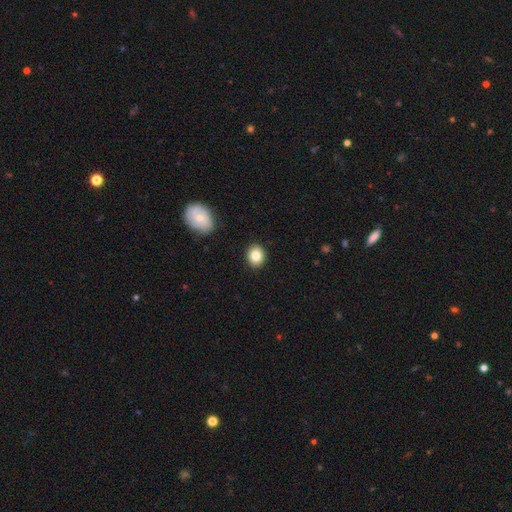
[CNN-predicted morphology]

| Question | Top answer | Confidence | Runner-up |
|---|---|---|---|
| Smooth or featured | smooth | 85% | star or artifact (9%) |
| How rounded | round | 58% | in between (41%) |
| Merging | none | 90% | minor disturbance (7%) |